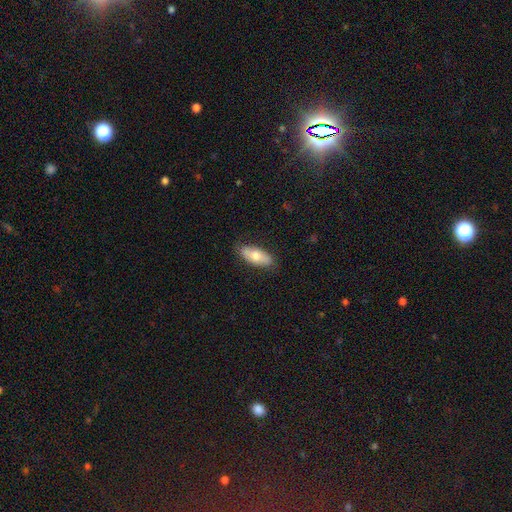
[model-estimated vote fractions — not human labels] A smooth galaxy with no disk features (67%) that is in between round and cigar-shaped (81%).

Vote fractions:
- Smooth or featured? smooth: 67% / featured or disk: 27% / star or artifact: 6%
- How rounded? in between: 81% / cigar-shaped: 17% / round: 2%
- Merging? none: 82% / minor disturbance: 15% / major disturbance: 3% / merger: 1%